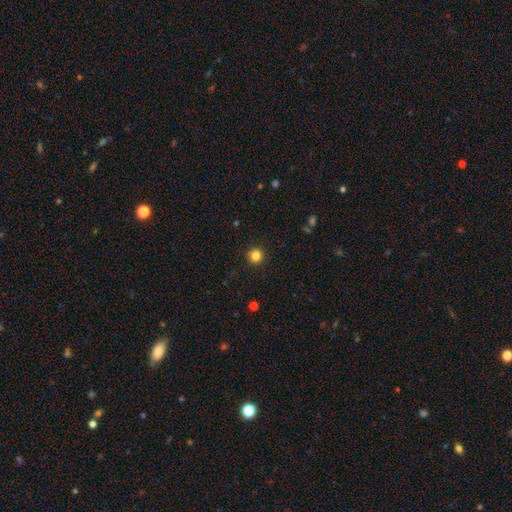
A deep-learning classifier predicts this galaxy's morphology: Smooth or featured? Predicted: smooth (p=0.83). How rounded? Predicted: round (p=0.96). Merging? Predicted: none (p=0.93).